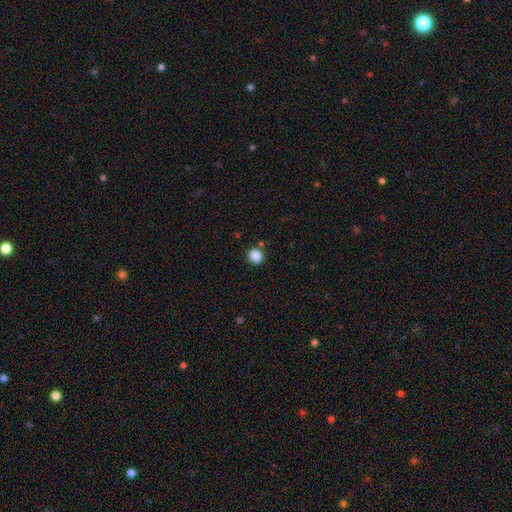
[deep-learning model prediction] This is clearly a smooth galaxy (87%). How rounded: clearly round (82%). Merging: clearly none (82%).